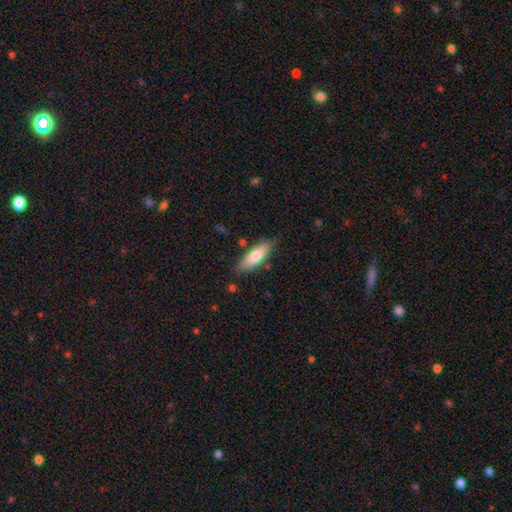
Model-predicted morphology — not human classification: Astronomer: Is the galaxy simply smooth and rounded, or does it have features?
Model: smooth — 73%.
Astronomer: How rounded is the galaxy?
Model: in between — 54% (runner-up: cigar-shaped, 44%).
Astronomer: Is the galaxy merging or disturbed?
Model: none — 80%.